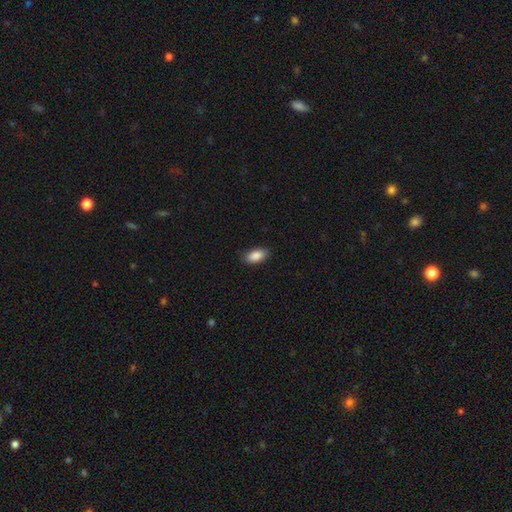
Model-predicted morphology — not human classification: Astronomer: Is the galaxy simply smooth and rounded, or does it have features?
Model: smooth — 89%.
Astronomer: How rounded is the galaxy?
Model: in between — 92%.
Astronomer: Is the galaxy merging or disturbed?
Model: none — 85%.